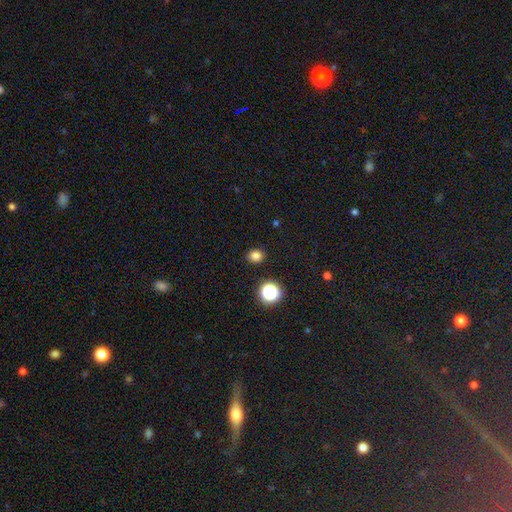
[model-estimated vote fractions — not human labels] smooth-or-featured: smooth: 80% | star or artifact: 15% | featured or disk: 4%
  how-rounded: round: 77% | in between: 22% | cigar-shaped: 1%
  merging: none: 90% | minor disturbance: 7% | major disturbance: 2% | merger: 1%